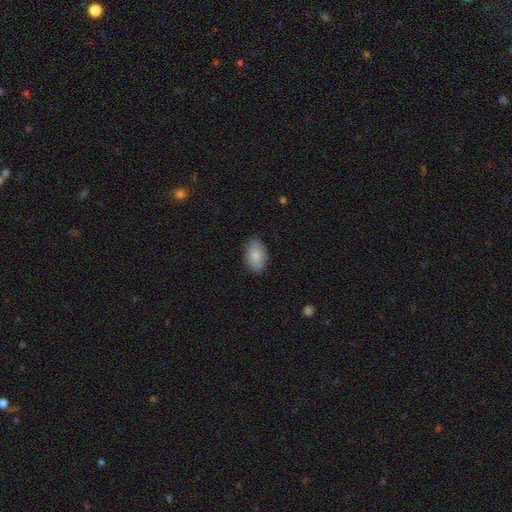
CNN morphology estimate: This is clearly a smooth galaxy (85%). How rounded: clearly in between (91%). Merging: clearly none (85%).